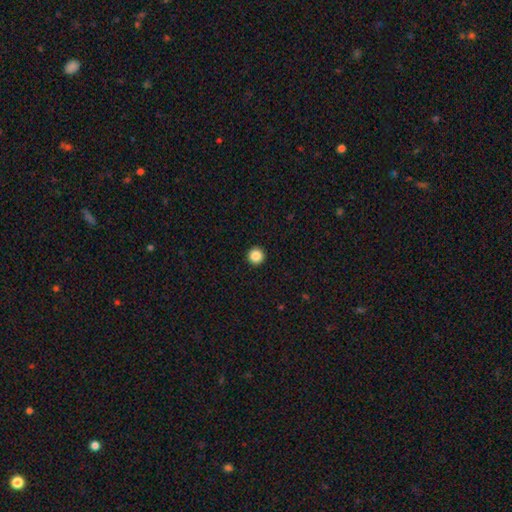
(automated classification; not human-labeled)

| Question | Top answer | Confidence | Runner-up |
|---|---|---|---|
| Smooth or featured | smooth | 87% | star or artifact (10%) |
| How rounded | round | 97% | in between (2%) |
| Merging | none | 94% | minor disturbance (4%) |